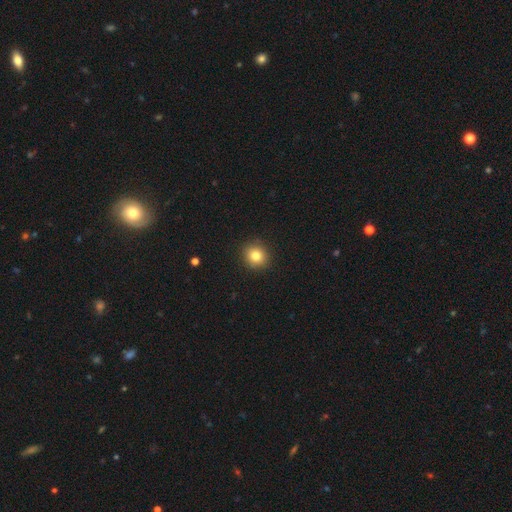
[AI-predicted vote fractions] Q: Smooth or featured?
A: smooth (82%); runner-up: star or artifact (11%)
Q: How rounded?
A: round (87%); runner-up: in between (12%)
Q: Merging?
A: none (91%); runner-up: minor disturbance (6%)